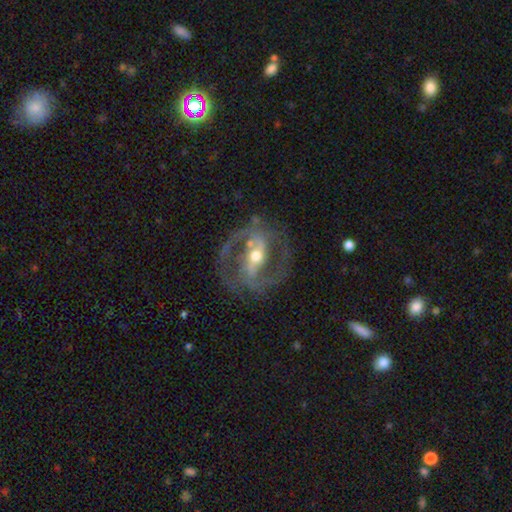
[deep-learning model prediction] Smooth or featured? featured or disk (88%)
Edge-on disk? no (95%)
Bar? strong (57%)
Spiral arms? yes (90%)
Spiral winding? medium (57%)
Spiral arm count? 2 (88%)
Bulge size? moderate (66%)
Merging? none (74%)